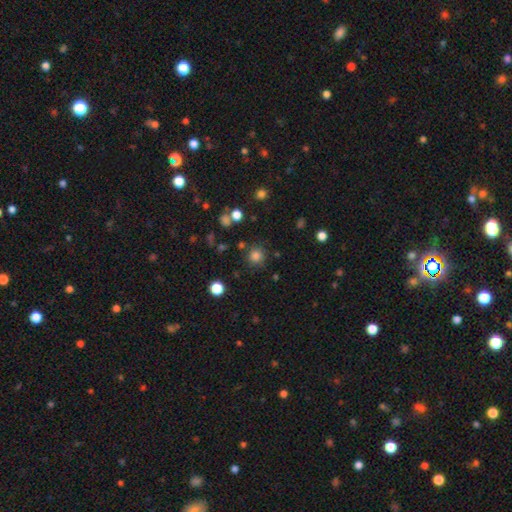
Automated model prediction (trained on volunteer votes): Smooth or featured?
  - smooth: 81% *
  - star or artifact: 14%
  - featured or disk: 5%
How rounded?
  - round: 93% *
  - in between: 6%
  - cigar-shaped: 1%
Merging?
  - none: 85% *
  - minor disturbance: 8%
  - merger: 4%
  - major disturbance: 3%